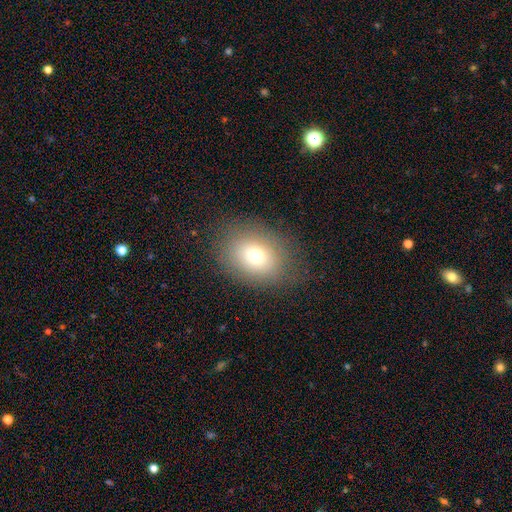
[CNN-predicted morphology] Smooth or featured? smooth (72%)
How rounded? in between (55%)
Merging? none (80%)